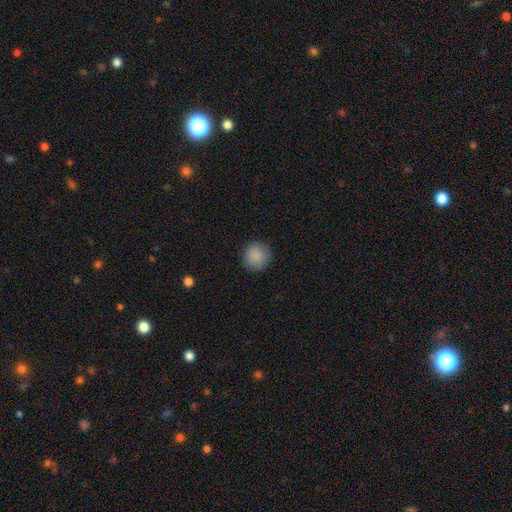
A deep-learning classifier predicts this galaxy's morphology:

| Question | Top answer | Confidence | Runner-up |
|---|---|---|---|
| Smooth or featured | smooth | 89% | star or artifact (8%) |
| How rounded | round | 94% | in between (5%) |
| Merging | none | 90% | minor disturbance (7%) |